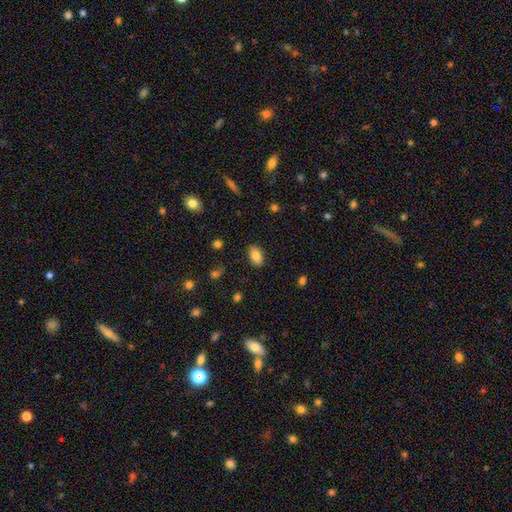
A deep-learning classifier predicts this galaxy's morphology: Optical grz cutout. It shows a smooth galaxy with no disk features (83%) that is in between round and cigar-shaped (92%). Merging: none (87%).